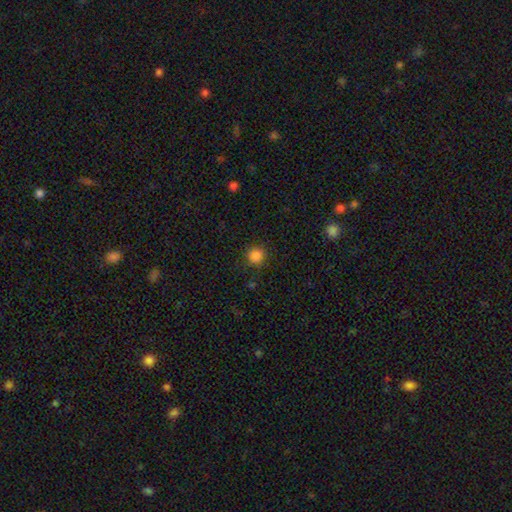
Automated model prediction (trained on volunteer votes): Q: Smooth or featured?
A: smooth (85%); runner-up: star or artifact (12%)
Q: How rounded?
A: round (94%); runner-up: in between (5%)
Q: Merging?
A: none (89%); runner-up: minor disturbance (7%)